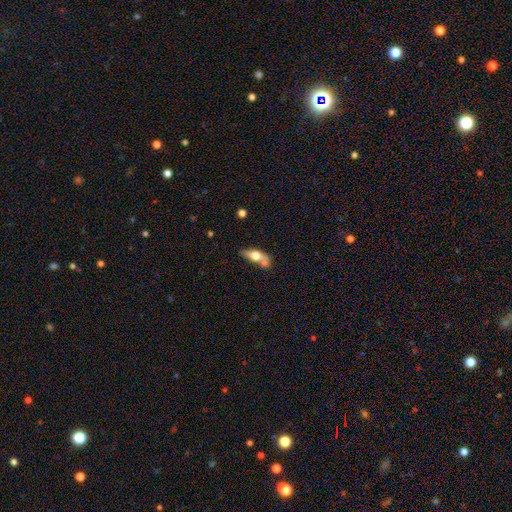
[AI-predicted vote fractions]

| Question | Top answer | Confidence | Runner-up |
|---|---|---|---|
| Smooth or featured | smooth | 61% | featured or disk (32%) |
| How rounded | in between | 68% | cigar-shaped (26%) |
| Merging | none | 34% | merger (28%) |